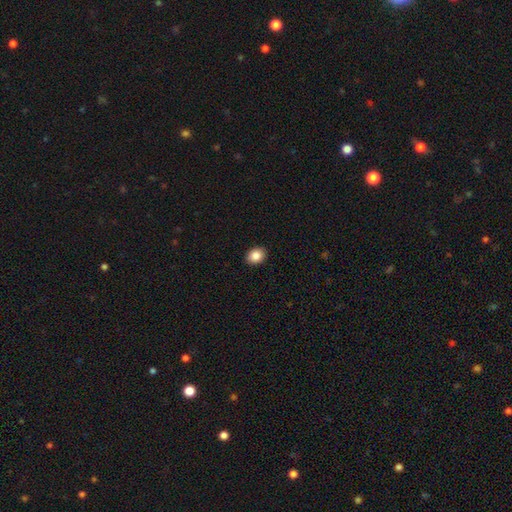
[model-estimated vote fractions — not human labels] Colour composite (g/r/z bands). It shows a smooth galaxy with no disk features (86%) that is in between round and cigar-shaped (57%). Merging: none (91%).